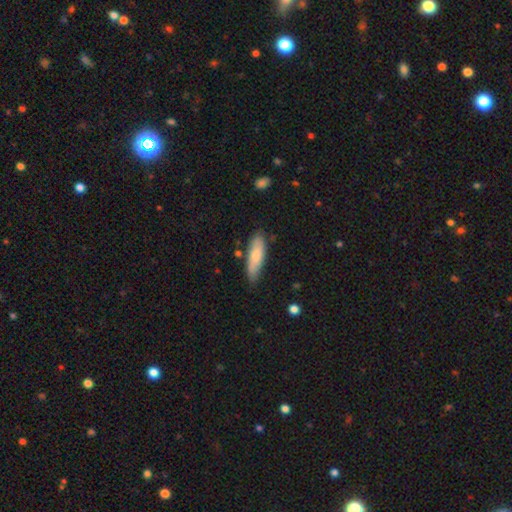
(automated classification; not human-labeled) This is likely a smooth galaxy (75%). How rounded: possibly cigar-shaped (53%). Merging: likely none (74%).